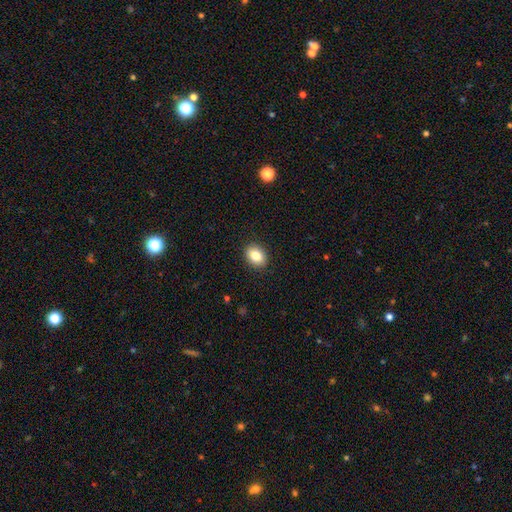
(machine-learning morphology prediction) Q: Smooth or featured?
A: smooth (84%); runner-up: star or artifact (8%)
Q: How rounded?
A: in between (73%); runner-up: round (26%)
Q: Merging?
A: none (90%); runner-up: minor disturbance (7%)